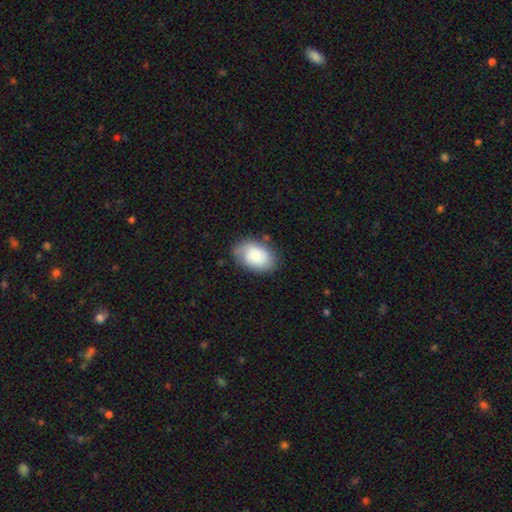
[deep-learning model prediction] smooth_or_featured: smooth (p=0.81) [alt: featured or disk p=0.13]
how_rounded: in between (p=0.88) [alt: round p=0.11]
merging: none (p=0.74) [alt: minor disturbance p=0.20]